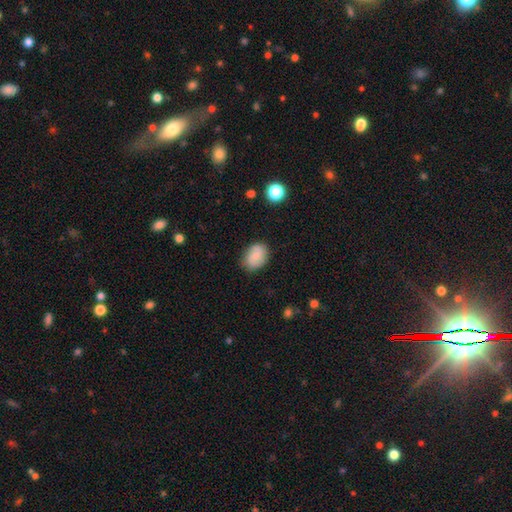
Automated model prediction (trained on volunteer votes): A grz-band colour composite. It shows a smooth galaxy with no disk features (79%) that is in between round and cigar-shaped (76%). Merging: none (80%).